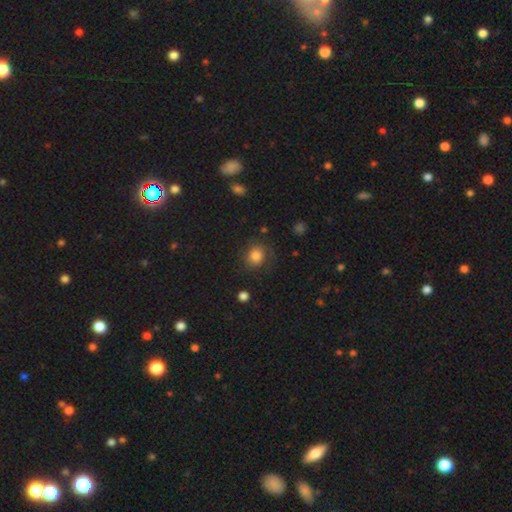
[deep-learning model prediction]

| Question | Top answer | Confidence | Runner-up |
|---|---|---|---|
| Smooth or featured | smooth | 78% | star or artifact (11%) |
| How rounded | round | 81% | in between (18%) |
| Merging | none | 73% | minor disturbance (16%) |